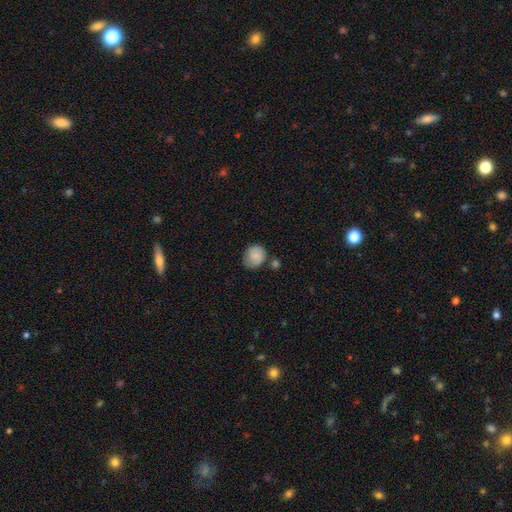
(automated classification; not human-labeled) This is clearly a smooth galaxy (83%). How rounded: likely round (72%). Merging: likely none (65%).